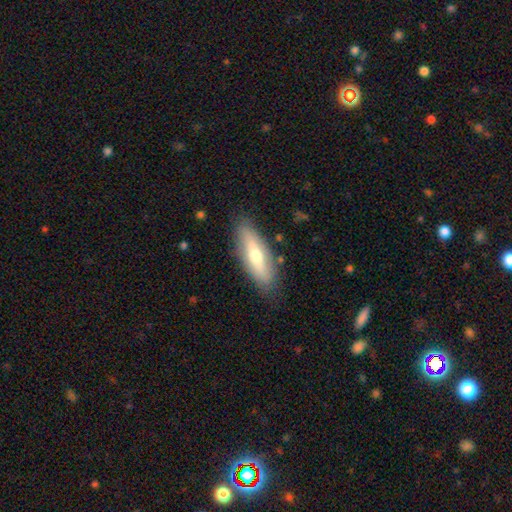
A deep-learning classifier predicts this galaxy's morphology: A smooth galaxy with no disk features (53%) that is in between round and cigar-shaped (53%).

Vote fractions:
- Smooth or featured? smooth: 53% / featured or disk: 41% / star or artifact: 6%
- How rounded? in between: 53% / cigar-shaped: 45% / round: 2%
- Merging? none: 83% / minor disturbance: 12% / major disturbance: 3% / merger: 2%